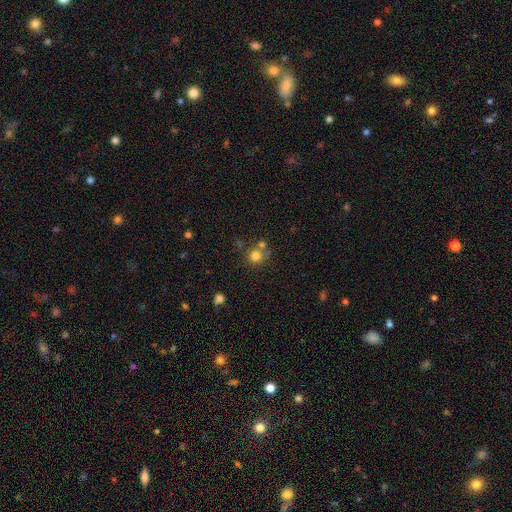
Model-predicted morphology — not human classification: Smooth or featured? Predicted: smooth (p=0.77). How rounded? Predicted: round (p=0.91). Merging? Predicted: none (p=0.65).